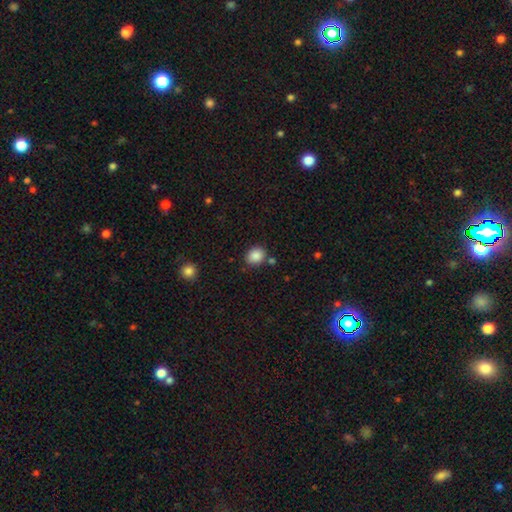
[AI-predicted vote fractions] The model was most divided on "how rounded": round: 58%, in between: 41%, cigar-shaped: 1%. More confident: smooth or featured — smooth (87%); merging — none (79%).